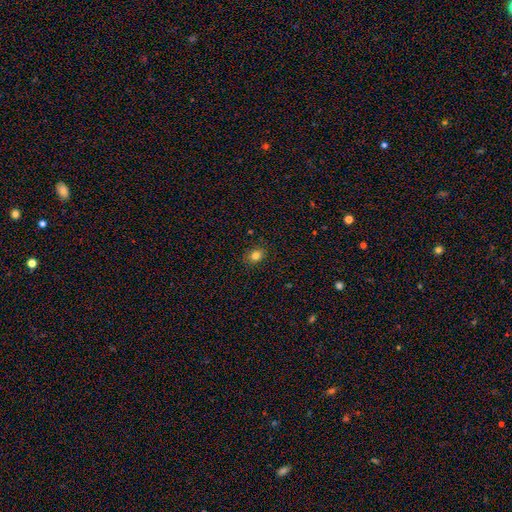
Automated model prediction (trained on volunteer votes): smooth 81%, star or artifact 12%, featured or disk 6%. Down the decision tree: how rounded — round (53%); merging — none (87%).